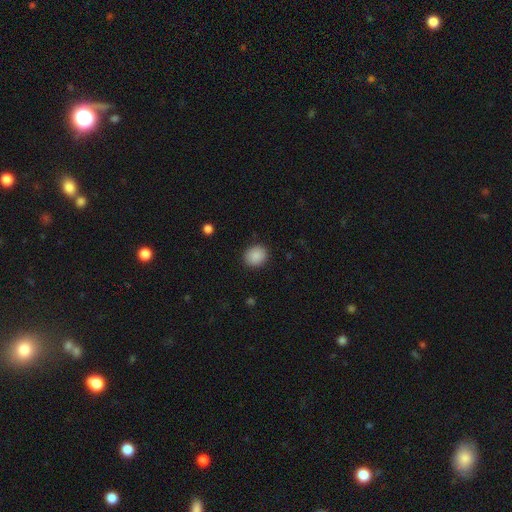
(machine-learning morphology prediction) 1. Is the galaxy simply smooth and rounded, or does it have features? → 89% smooth, 8% star or artifact, 3% featured or disk.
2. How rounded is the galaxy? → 76% round, 23% in between, 1% cigar-shaped.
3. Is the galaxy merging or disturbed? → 90% none, 7% minor disturbance, 2% major disturbance, 1% merger.